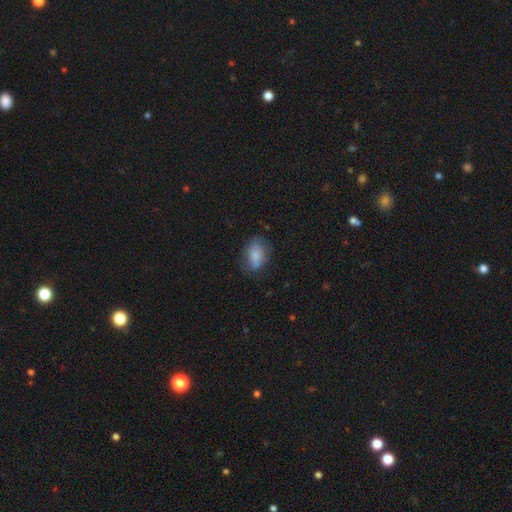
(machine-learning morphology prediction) A smooth galaxy with no disk features (78%) that is in between round and cigar-shaped (85%).

Vote fractions:
- Smooth or featured? smooth: 78% / featured or disk: 14% / star or artifact: 8%
- How rounded? in between: 85% / round: 12% / cigar-shaped: 3%
- Merging? none: 64% / minor disturbance: 25% / major disturbance: 9% / merger: 2%